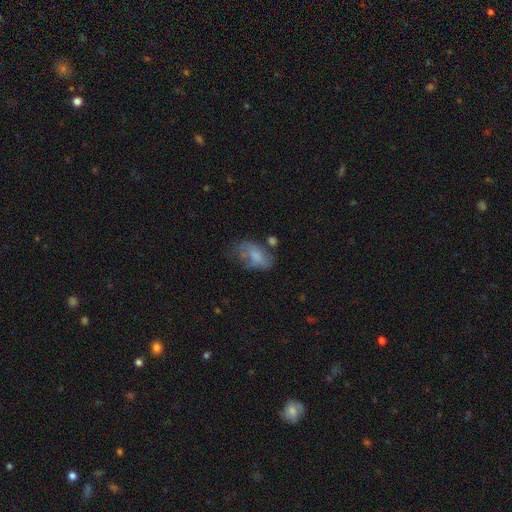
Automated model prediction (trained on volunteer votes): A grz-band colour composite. It shows a smooth galaxy with no disk features (61%) that is in between round and cigar-shaped (90%). Merging: none (40%).